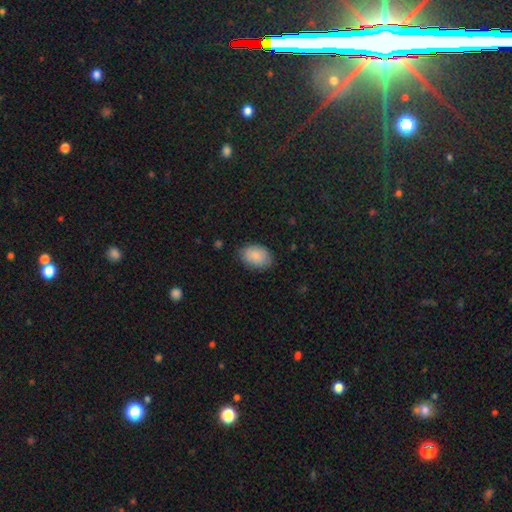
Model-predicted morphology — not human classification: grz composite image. It shows a smooth galaxy with no disk features (88%) that is in between round and cigar-shaped (84%). Merging: none (81%).